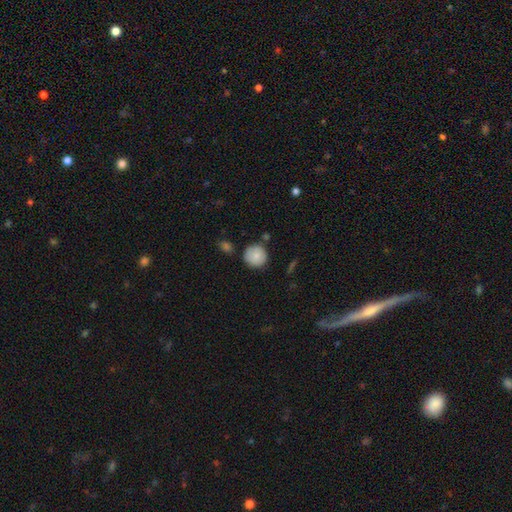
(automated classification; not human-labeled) Smooth or featured?
  - smooth: 81% *
  - featured or disk: 12%
  - star or artifact: 8%
How rounded?
  - round: 93% *
  - in between: 6%
  - cigar-shaped: 1%
Merging?
  - none: 79% *
  - minor disturbance: 14%
  - merger: 4%
  - major disturbance: 3%